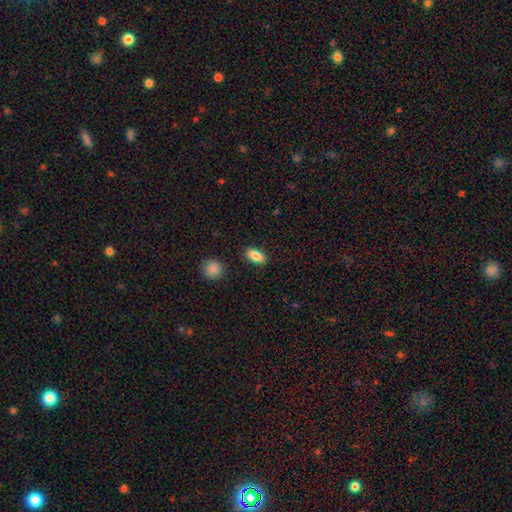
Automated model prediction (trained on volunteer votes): smooth_or_featured: smooth (p=0.84) [alt: featured or disk p=0.08]
how_rounded: in between (p=0.88) [alt: cigar-shaped p=0.07]
merging: none (p=0.87) [alt: minor disturbance p=0.09]